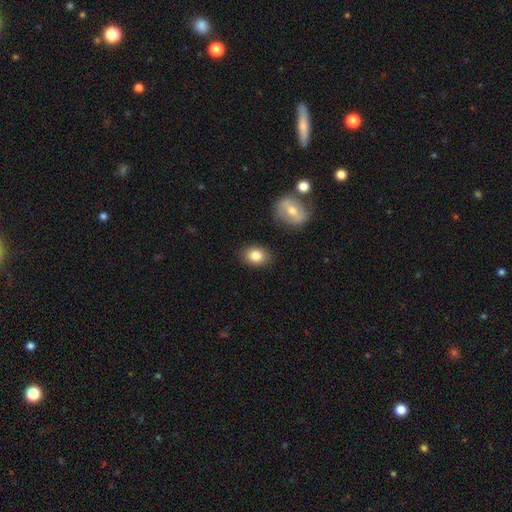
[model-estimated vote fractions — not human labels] Smooth or featured: smooth — 82% (featured or disk — 10%)
How rounded: in between — 70% (round — 28%)
Merging: none — 85% (minor disturbance — 10%)